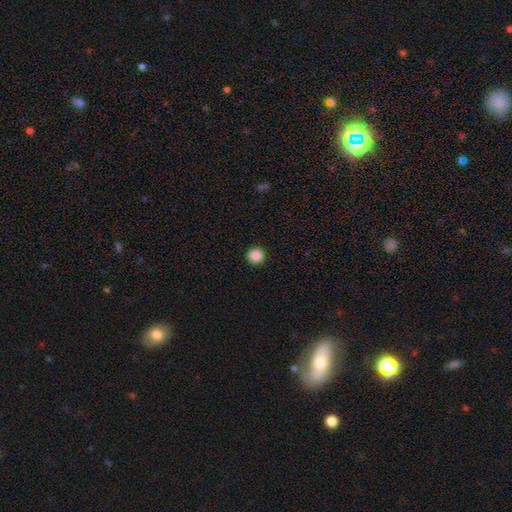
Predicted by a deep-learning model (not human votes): Smooth or featured? Predicted: smooth (p=0.87). How rounded? Predicted: round (p=0.95). Merging? Predicted: none (p=0.93).